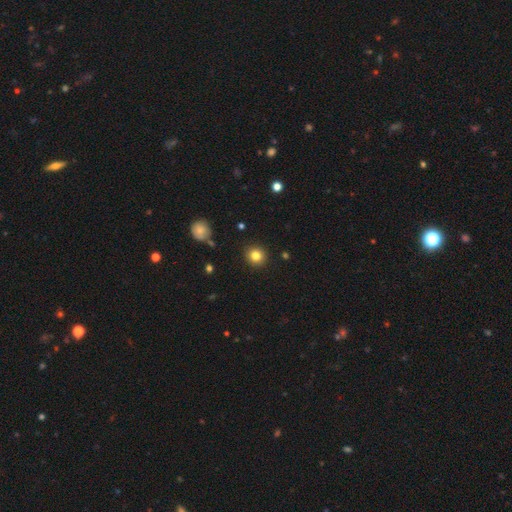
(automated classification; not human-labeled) This appears to be a smooth galaxy with no disk features (83%) that is round (91%). Merging: none (91%).